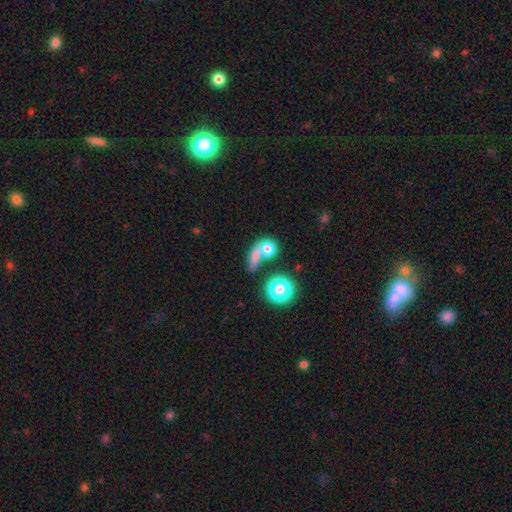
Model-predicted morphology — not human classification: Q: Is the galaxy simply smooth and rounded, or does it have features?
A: smooth — 68%.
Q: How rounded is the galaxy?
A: round — 56%.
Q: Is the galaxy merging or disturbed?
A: merger — 39%.